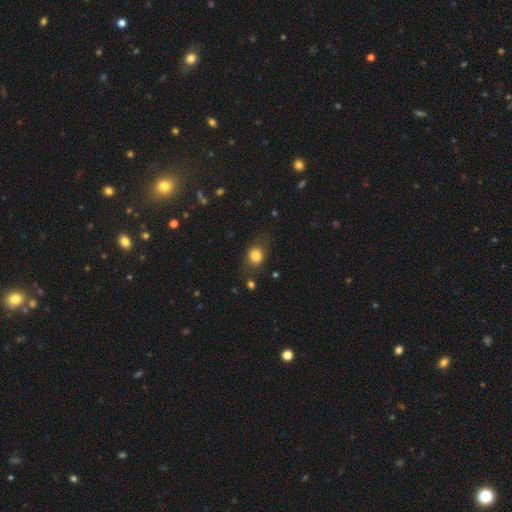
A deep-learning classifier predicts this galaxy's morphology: smooth_or_featured: smooth (p=0.79) [alt: star or artifact p=0.11]
how_rounded: round (p=0.58) [alt: in between p=0.40]
merging: none (p=0.70) [alt: minor disturbance p=0.20]